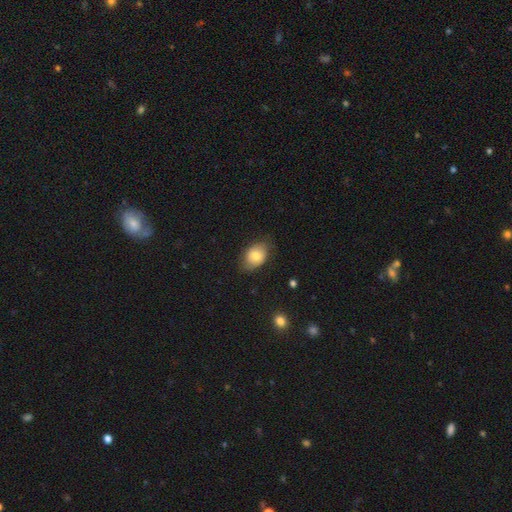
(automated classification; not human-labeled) smooth 74%, featured or disk 18%, star or artifact 8%. Down the decision tree: how rounded — in between (77%); merging — none (71%).